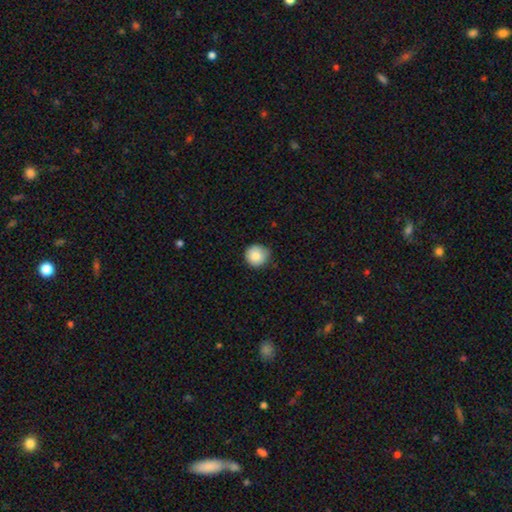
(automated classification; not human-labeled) Overall: smooth (85%). How rounded: round (94%). Merging: none (81%).